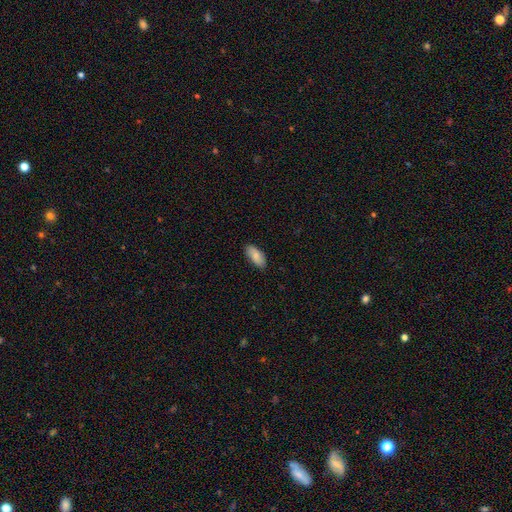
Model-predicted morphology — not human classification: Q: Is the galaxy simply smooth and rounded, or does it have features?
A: smooth — 82%.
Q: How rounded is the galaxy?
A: in between — 88%.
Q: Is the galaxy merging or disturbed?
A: none — 86%.